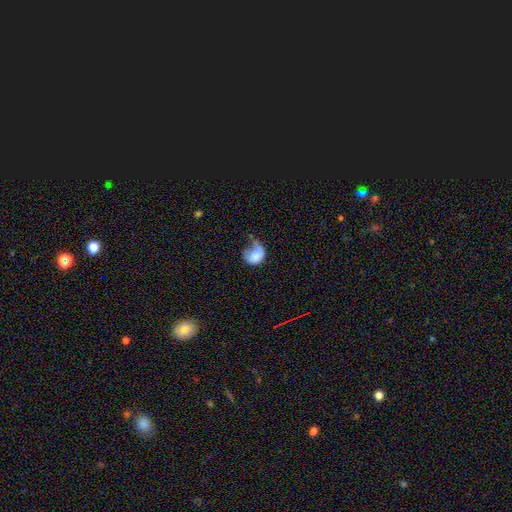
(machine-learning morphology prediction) smooth-or-featured: smooth: 70% | featured or disk: 21% | star or artifact: 9%
  how-rounded: round: 51% | in between: 48% | cigar-shaped: 1%
  merging: major disturbance: 39% | minor disturbance: 29% | none: 23% | merger: 9%